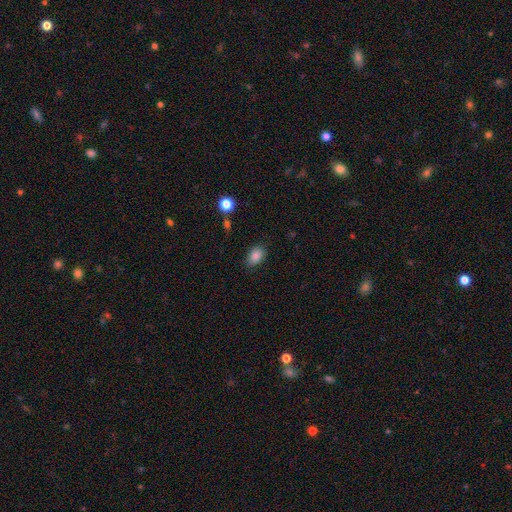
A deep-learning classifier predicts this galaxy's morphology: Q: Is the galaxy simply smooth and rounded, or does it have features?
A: smooth — 84%.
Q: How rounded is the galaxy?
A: in between — 80%.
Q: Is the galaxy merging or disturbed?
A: none — 81%.